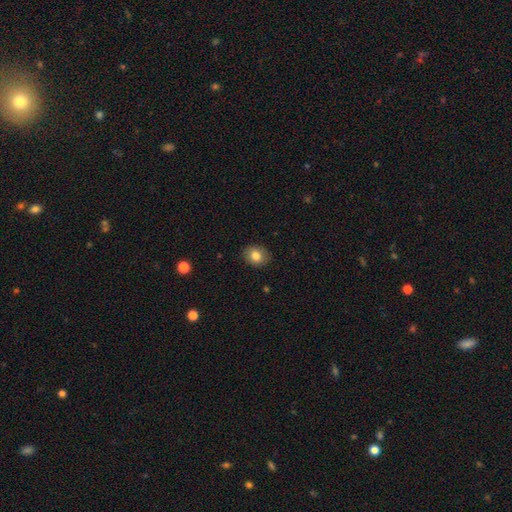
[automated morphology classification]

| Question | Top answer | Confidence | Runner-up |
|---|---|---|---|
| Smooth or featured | smooth | 81% | featured or disk (10%) |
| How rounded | round | 51% | in between (48%) |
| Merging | none | 87% | minor disturbance (10%) |